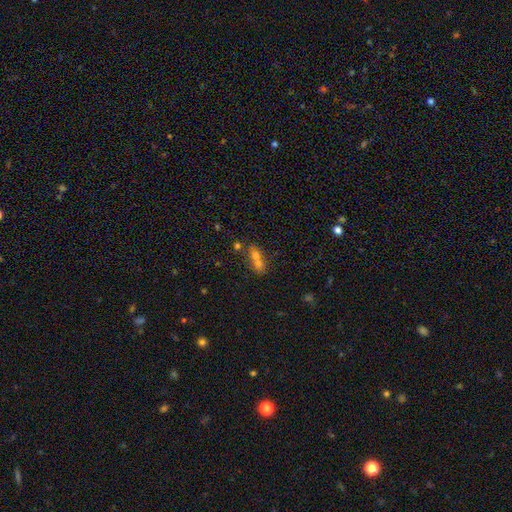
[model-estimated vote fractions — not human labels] The model was most divided on "how rounded": round: 48%, in between: 47%, cigar-shaped: 5%. More confident: merging — merger (69%); smooth or featured — smooth (64%).